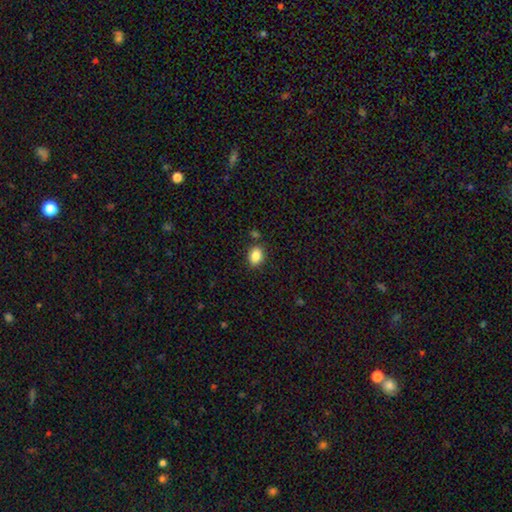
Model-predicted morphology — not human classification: A smooth galaxy with no disk features (86%) that is in between round and cigar-shaped (72%).

Vote fractions:
- Smooth or featured? smooth: 86% / star or artifact: 9% / featured or disk: 5%
- How rounded? in between: 72% / round: 27% / cigar-shaped: 1%
- Merging? none: 83% / minor disturbance: 10% / merger: 5% / major disturbance: 2%